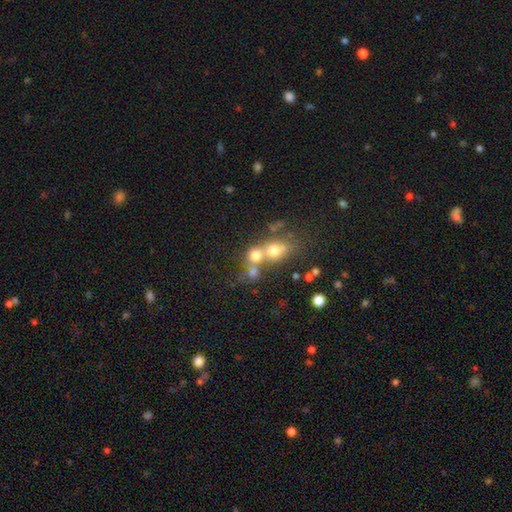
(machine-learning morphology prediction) Overall: smooth (65%). How rounded: round (74%). Merging: merger (58%; none 29%).